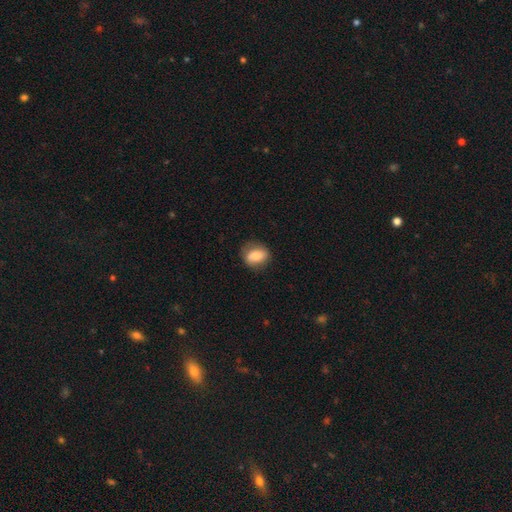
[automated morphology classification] Smooth or featured? smooth (78%)
How rounded? in between (63%)
Merging? none (73%)